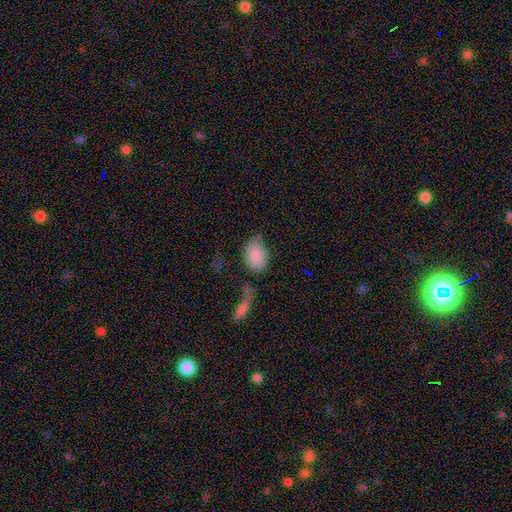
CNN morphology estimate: This is clearly a smooth galaxy (85%). How rounded: clearly in between (82%). Merging: possibly none (55%).